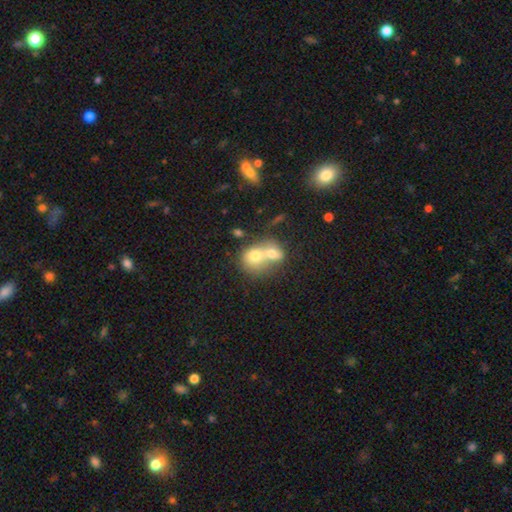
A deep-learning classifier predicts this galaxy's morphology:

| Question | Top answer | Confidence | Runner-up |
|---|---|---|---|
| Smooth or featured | smooth | 69% | featured or disk (22%) |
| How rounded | round | 57% | in between (41%) |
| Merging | merger | 76% | none (15%) |